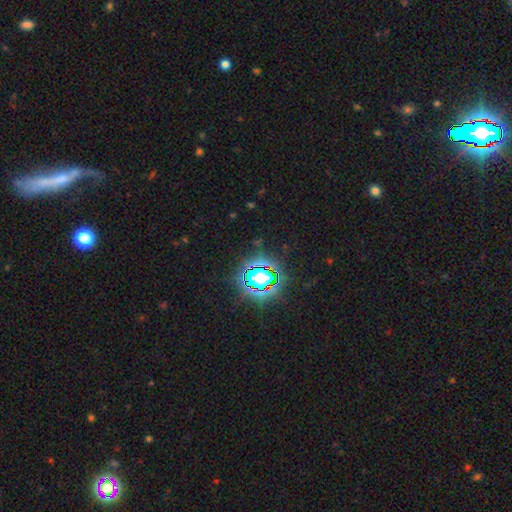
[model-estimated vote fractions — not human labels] The model was most divided on "smooth or featured": star or artifact: 79%, smooth: 12%, featured or disk: 8%.